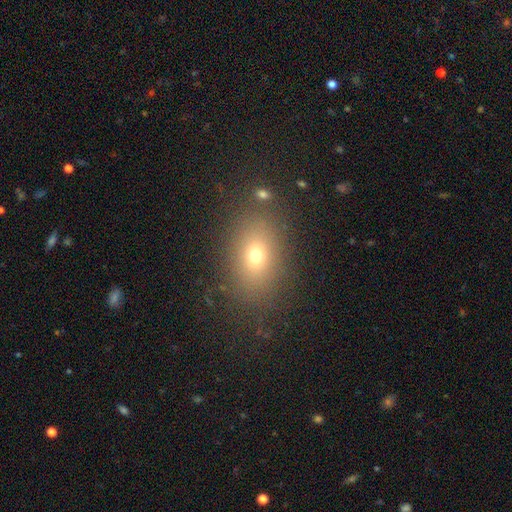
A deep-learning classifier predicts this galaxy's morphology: smooth 69%, star or artifact 17%, featured or disk 15%. Down the decision tree: how rounded — in between (77%); merging — none (83%).